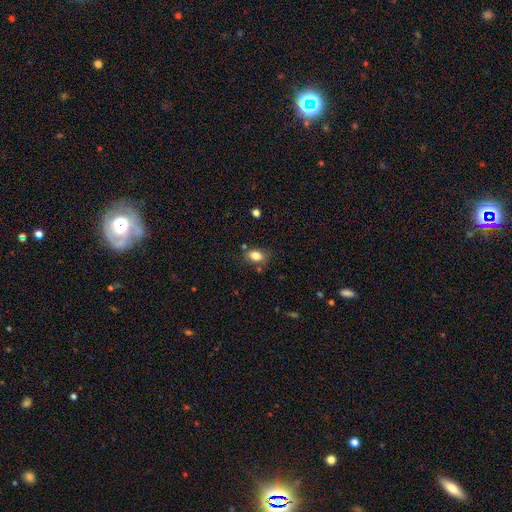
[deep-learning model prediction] Smooth or featured? smooth (83%)
How rounded? in between (78%)
Merging? none (74%)